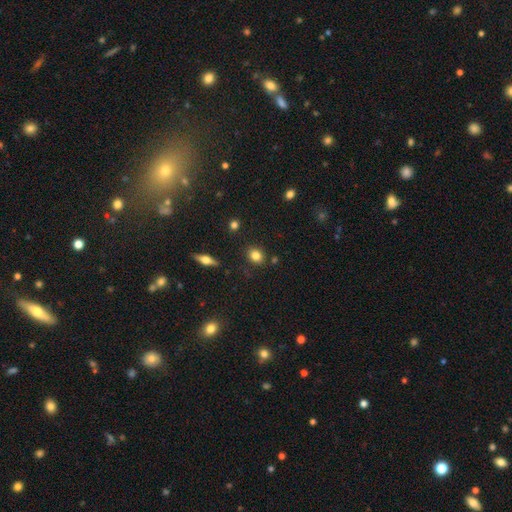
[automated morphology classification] A smooth galaxy with no disk features (81%) that is round (56%).

Vote fractions:
- Smooth or featured? smooth: 81% / star or artifact: 10% / featured or disk: 9%
- How rounded? round: 56% / in between: 43% / cigar-shaped: 2%
- Merging? none: 85% / minor disturbance: 10% / merger: 3% / major disturbance: 2%